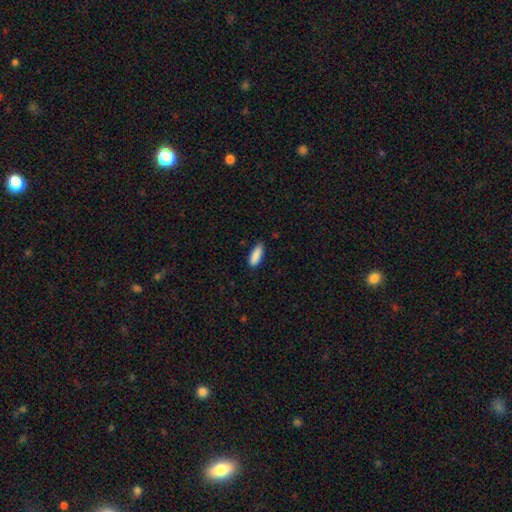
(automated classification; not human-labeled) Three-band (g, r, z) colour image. It shows a smooth galaxy with no disk features (89%) that is in between round and cigar-shaped (56%). Merging: none (80%).